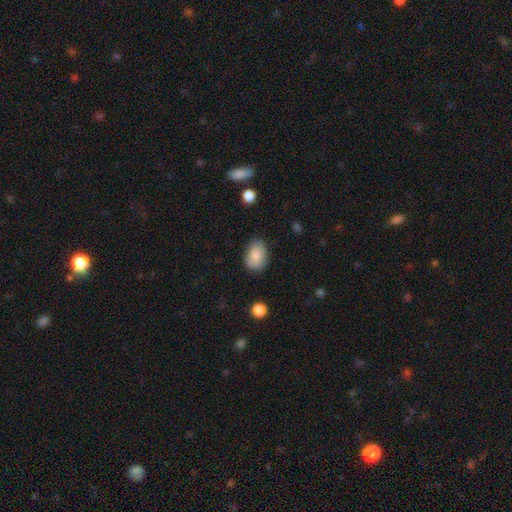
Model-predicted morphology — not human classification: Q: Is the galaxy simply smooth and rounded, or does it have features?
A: smooth — 79%.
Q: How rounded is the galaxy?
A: in between — 80%.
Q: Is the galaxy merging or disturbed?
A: none — 74%.